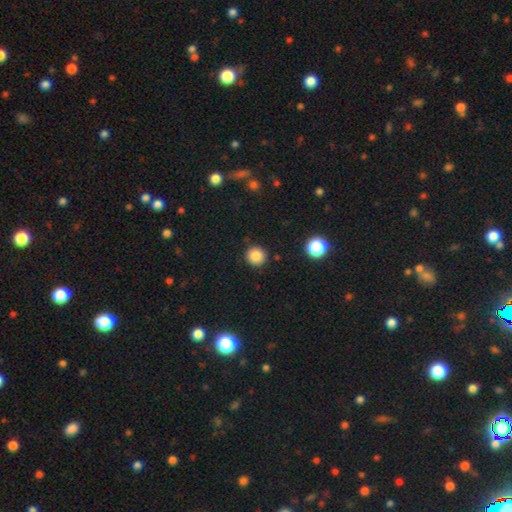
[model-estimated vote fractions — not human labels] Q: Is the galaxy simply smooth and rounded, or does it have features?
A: smooth — 85%.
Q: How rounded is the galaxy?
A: round — 94%.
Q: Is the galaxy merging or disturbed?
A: none — 90%.